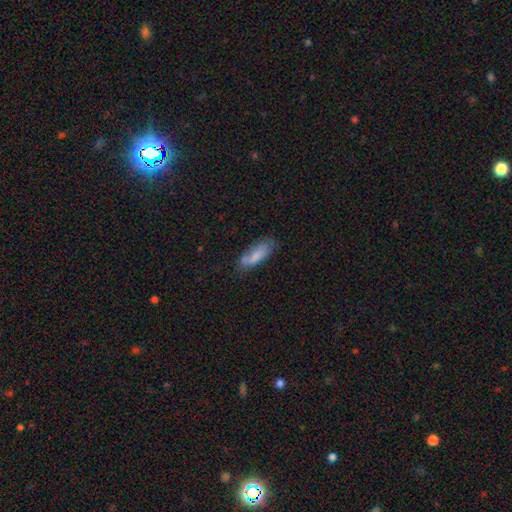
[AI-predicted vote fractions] A smooth galaxy with no disk features (71%) that is in between round and cigar-shaped (69%).

Vote fractions:
- Smooth or featured? smooth: 71% / featured or disk: 22% / star or artifact: 7%
- How rounded? in between: 69% / cigar-shaped: 29% / round: 2%
- Merging? none: 59% / minor disturbance: 27% / major disturbance: 9% / merger: 5%